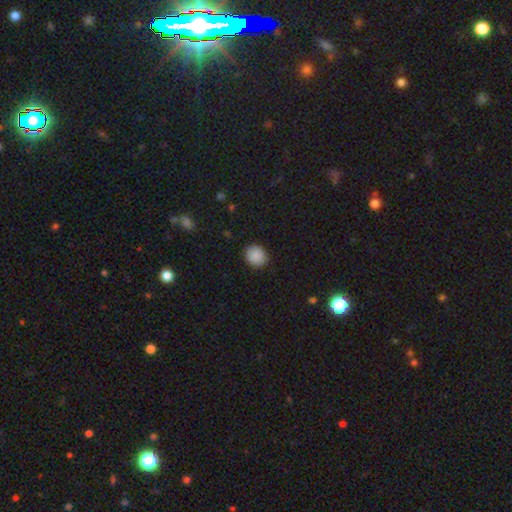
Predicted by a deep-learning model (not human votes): Morphology: type=smooth (88%); roundness=round (81%); merging=none (89%).